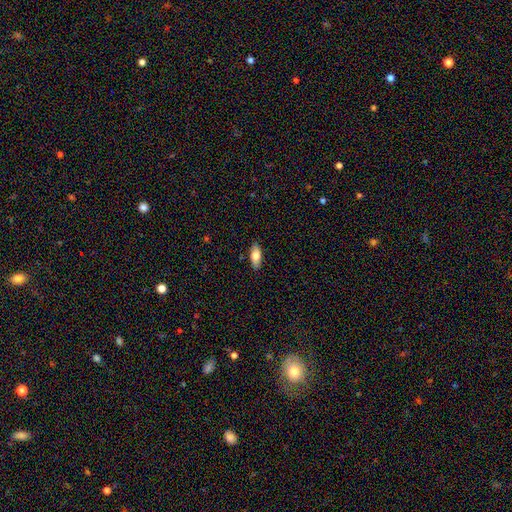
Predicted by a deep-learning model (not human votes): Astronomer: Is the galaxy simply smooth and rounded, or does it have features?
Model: smooth — 77%.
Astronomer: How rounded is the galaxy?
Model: in between — 81%.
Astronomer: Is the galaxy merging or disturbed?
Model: none — 88%.